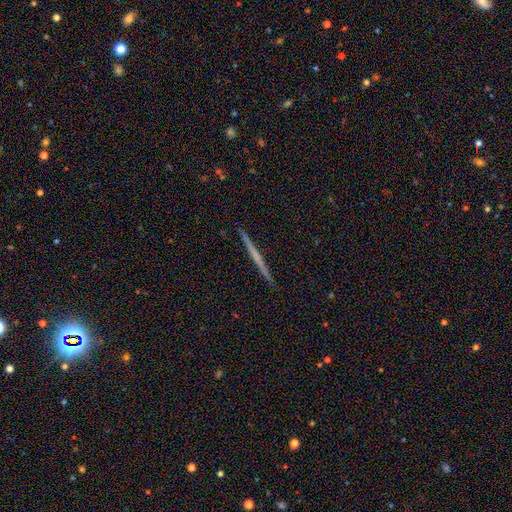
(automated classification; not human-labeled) Smooth or featured: featured or disk — 57% (smooth — 37%)
Edge-on disk: yes — 98% (no — 2%)
Edge-on bulge: none — 85% (rounded — 11%)
Merging: none — 93% (minor disturbance — 5%)